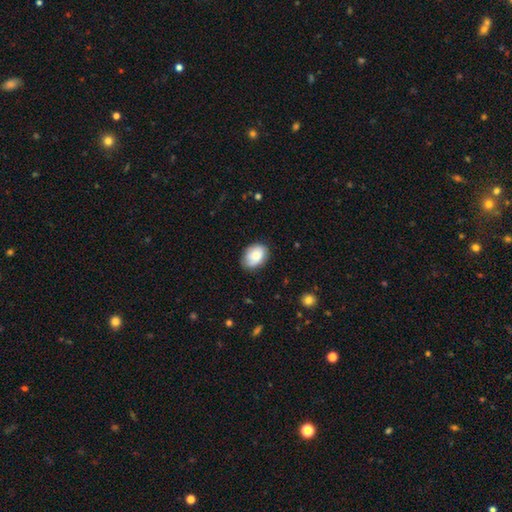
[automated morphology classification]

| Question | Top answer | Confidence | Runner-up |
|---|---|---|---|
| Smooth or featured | smooth | 80% | featured or disk (13%) |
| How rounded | in between | 78% | round (21%) |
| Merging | none | 77% | minor disturbance (18%) |